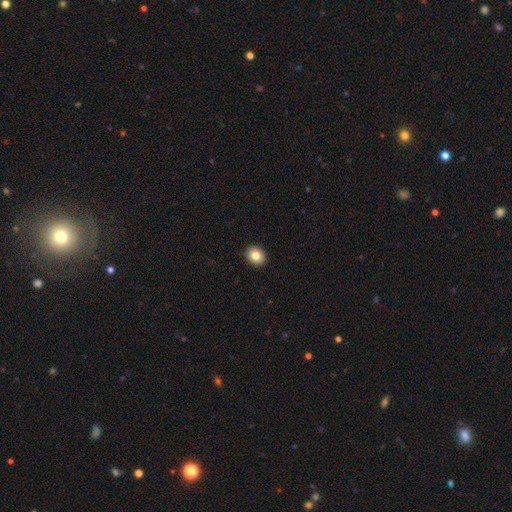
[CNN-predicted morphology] Overall: smooth (82%). How rounded: round (60%; in between 39%). Merging: none (91%).